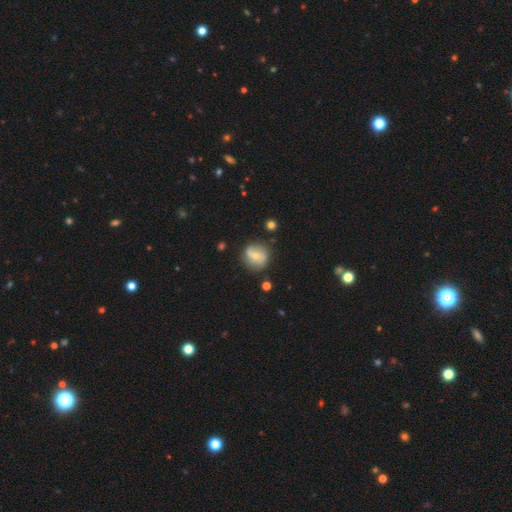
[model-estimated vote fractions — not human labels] smooth_or_featured: featured or disk (p=0.55) [alt: smooth p=0.37]
disk_edge_on: no (p=0.97) [alt: yes p=0.03]
bar: no (p=0.50) [alt: weak p=0.37]
has_spiral_arms: yes (p=0.76) [alt: no p=0.24]
bulge_size: small (p=0.50) [alt: moderate p=0.45]
merging: none (p=0.73) [alt: minor disturbance p=0.17]